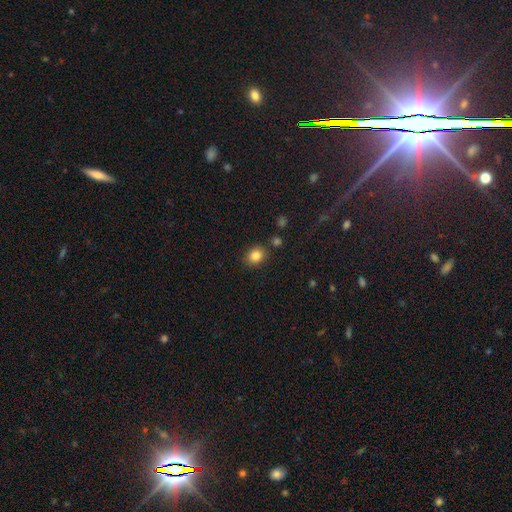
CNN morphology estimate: The model was most divided on "how rounded": round: 62%, in between: 37%, cigar-shaped: 1%. More confident: smooth or featured — smooth (84%); merging — none (81%).